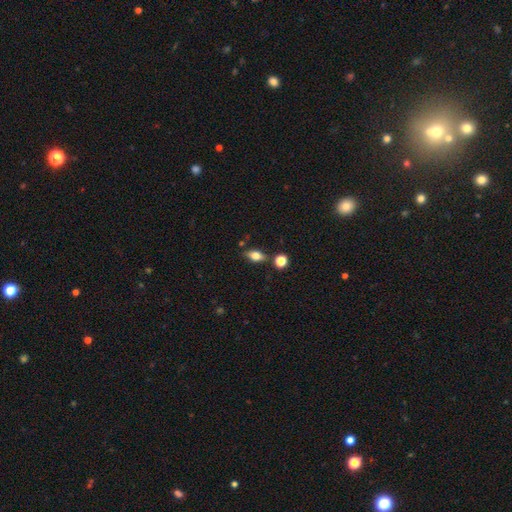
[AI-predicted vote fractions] smooth 67%, featured or disk 23%, star or artifact 10%. Down the decision tree: how rounded — in between (77%); merging — none (75%).